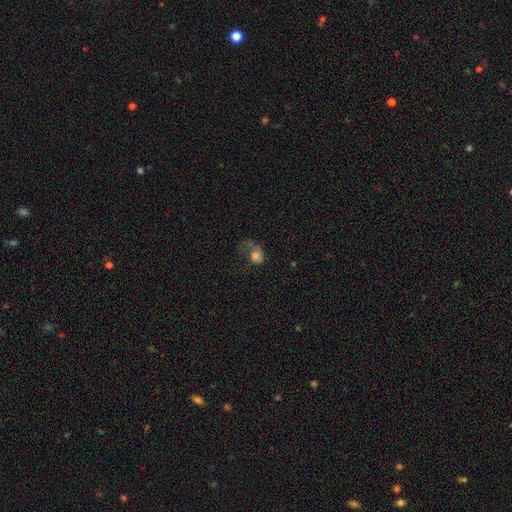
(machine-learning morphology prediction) Q: Smooth or featured?
A: smooth (60%); runner-up: featured or disk (29%)
Q: How rounded?
A: in between (49%); tied with: round (49%)
Q: Merging?
A: major disturbance (60%); runner-up: none (19%)